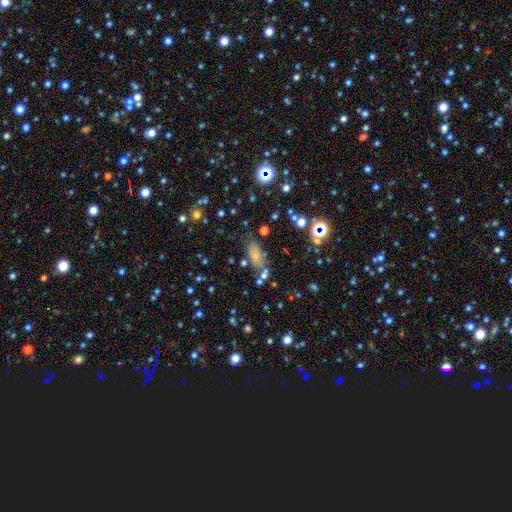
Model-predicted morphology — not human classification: type=smooth (61%); roundness=in between (78%); merging=none (63%).